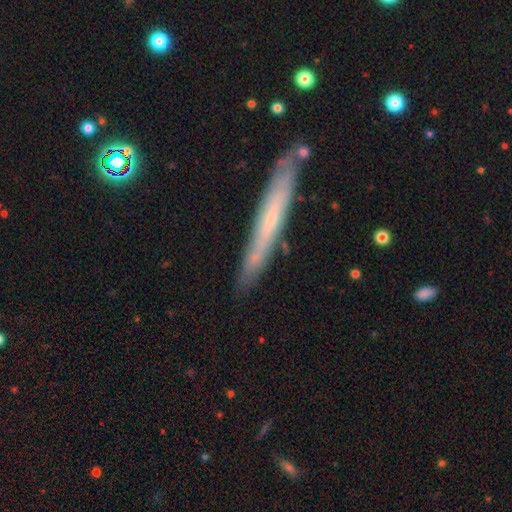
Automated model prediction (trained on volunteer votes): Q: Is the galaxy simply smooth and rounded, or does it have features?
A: smooth — 49%.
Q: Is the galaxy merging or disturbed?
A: none — 82%.